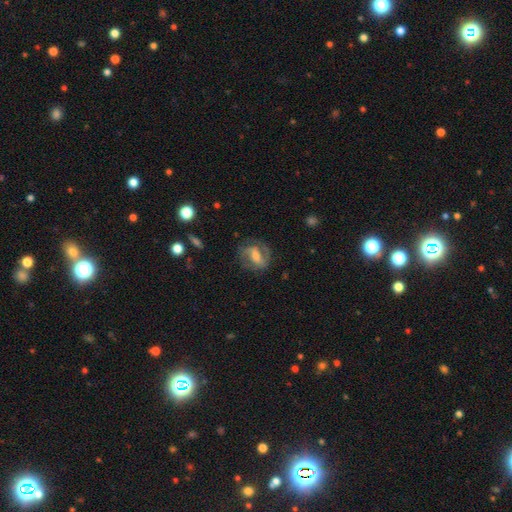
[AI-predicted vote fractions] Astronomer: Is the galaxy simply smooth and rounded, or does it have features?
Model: featured or disk — 67%.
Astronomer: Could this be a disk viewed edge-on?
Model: no — 94%.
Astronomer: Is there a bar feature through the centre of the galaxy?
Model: strong — 41% (runner-up: weak, 39%).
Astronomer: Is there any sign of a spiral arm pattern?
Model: yes — 82%.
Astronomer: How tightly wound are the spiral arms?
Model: medium — 47% (runner-up: tight, 31%).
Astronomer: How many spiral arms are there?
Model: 2 — 77%.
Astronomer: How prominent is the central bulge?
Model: moderate — 47% (runner-up: small, 35%).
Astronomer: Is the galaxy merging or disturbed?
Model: none — 70%.